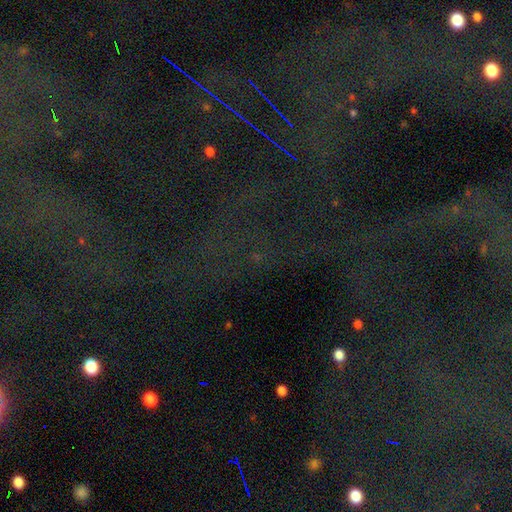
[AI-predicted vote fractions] A star or artifact, not a galaxy (78%).

Vote fractions:
- Smooth or featured? star or artifact: 78% / smooth: 11% / featured or disk: 10%